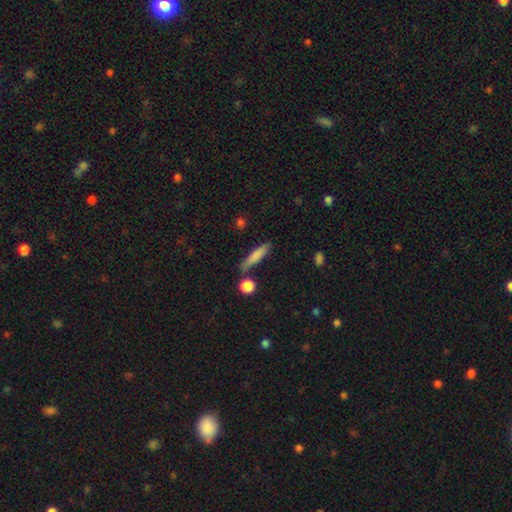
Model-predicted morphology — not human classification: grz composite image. It shows a smooth galaxy with no disk features (76%) that is cigar-shaped (83%). Merging: none (74%).